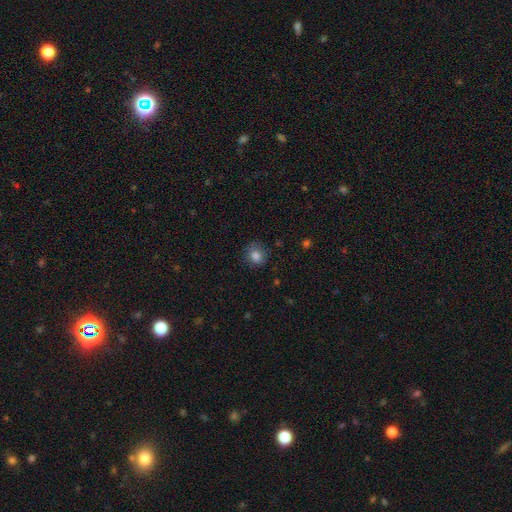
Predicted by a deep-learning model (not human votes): Morphology: type=smooth (83%); roundness=round (83%); merging=none (79%).